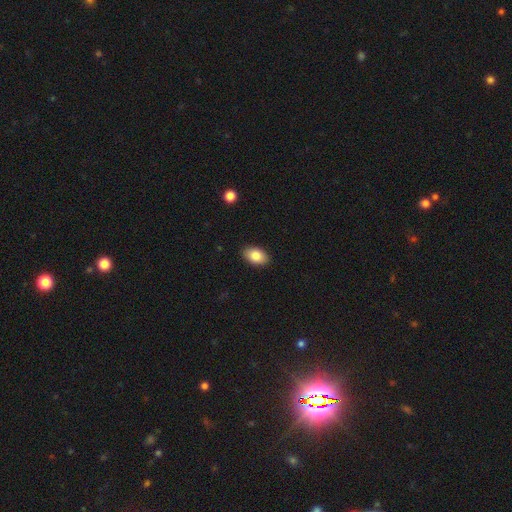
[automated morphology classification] This is clearly a smooth galaxy (84%). How rounded: clearly in between (90%). Merging: clearly none (89%).